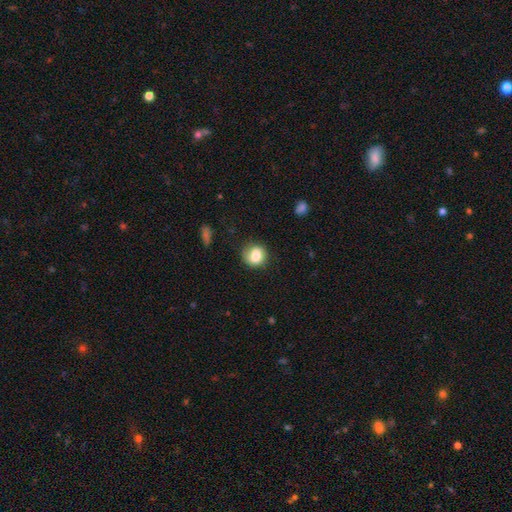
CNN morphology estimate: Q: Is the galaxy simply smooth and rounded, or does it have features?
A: smooth — 81%.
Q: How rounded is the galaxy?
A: round — 78%.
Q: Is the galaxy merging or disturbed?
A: none — 72%.